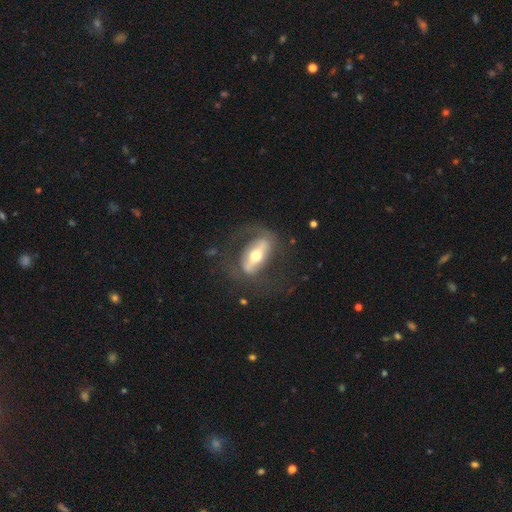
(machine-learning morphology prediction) This appears to be a featured or disk galaxy (73%) with a strong bar (65%), spiral arms (58%) and a moderate central bulge (66%). Merging: none (60%).